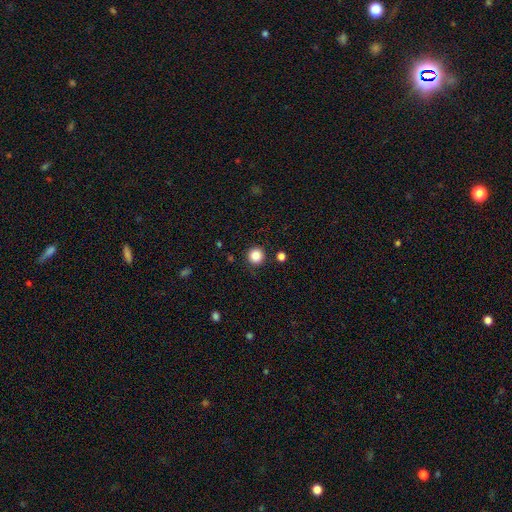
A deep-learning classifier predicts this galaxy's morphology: This appears to be a smooth galaxy with no disk features (86%) that is round (95%). Merging: none (89%).